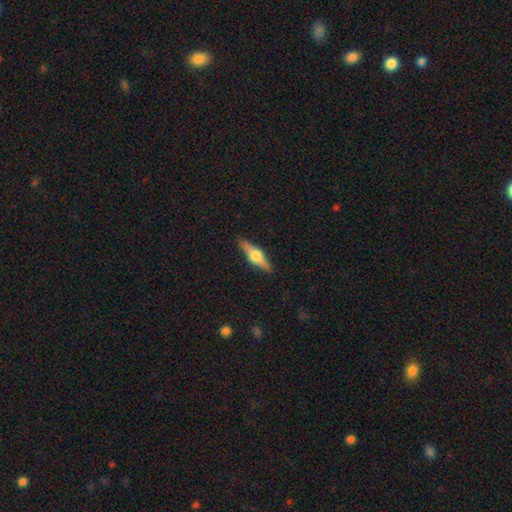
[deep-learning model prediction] Smooth or featured? featured or disk (68%)
Edge-on disk? yes (96%)
Edge-on bulge? rounded (94%)
Merging? none (89%)